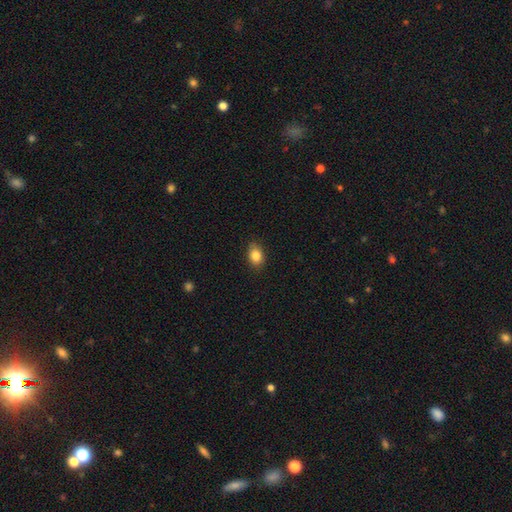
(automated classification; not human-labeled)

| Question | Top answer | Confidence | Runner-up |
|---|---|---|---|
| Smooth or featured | smooth | 85% | star or artifact (9%) |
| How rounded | in between | 70% | round (28%) |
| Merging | none | 82% | minor disturbance (14%) |